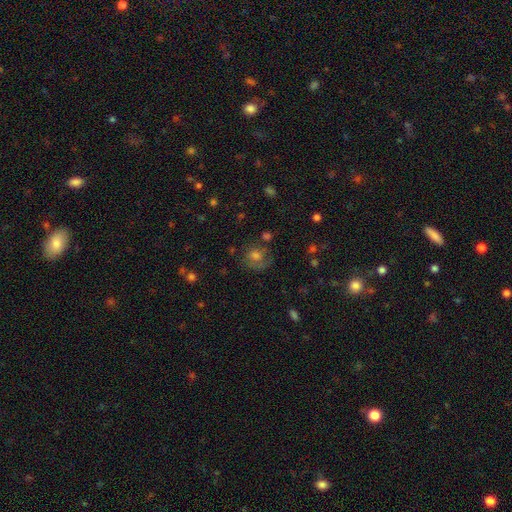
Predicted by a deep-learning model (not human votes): A smooth galaxy with no disk features (51%) that is round (73%). Merging: none (55%).